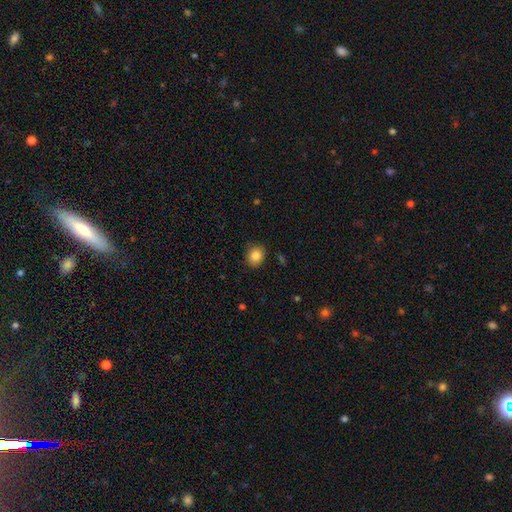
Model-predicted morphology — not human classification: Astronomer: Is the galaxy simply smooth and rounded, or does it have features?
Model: smooth — 84%.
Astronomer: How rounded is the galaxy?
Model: round — 67%.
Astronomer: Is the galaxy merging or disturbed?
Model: none — 84%.